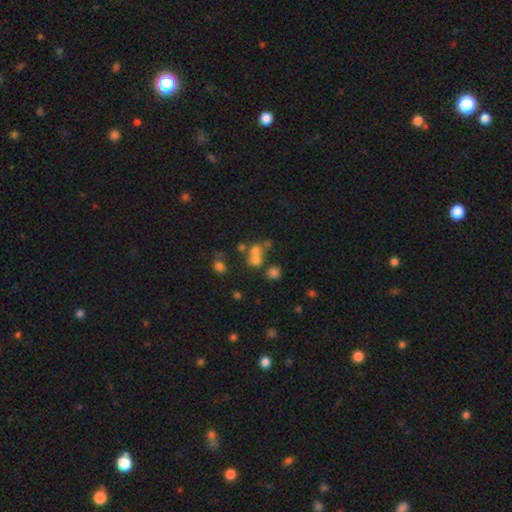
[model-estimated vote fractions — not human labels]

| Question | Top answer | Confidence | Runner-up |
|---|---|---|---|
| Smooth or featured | smooth | 61% | star or artifact (21%) |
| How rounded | round | 71% | in between (28%) |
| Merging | merger | 49% | none (35%) |